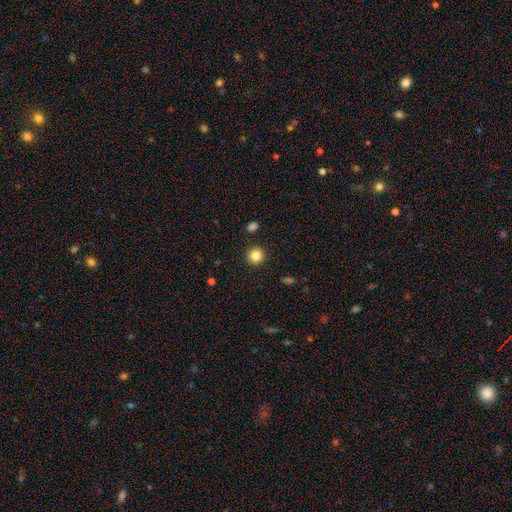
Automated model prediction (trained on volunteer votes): Smooth or featured?
  - smooth: 84% *
  - star or artifact: 10%
  - featured or disk: 5%
How rounded?
  - round: 94% *
  - in between: 5%
  - cigar-shaped: 1%
Merging?
  - none: 91% *
  - minor disturbance: 5%
  - major disturbance: 2%
  - merger: 2%